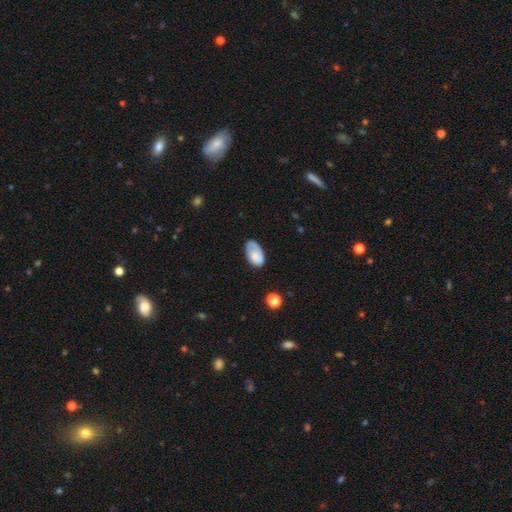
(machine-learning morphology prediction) Q: Smooth or featured?
A: smooth (71%); runner-up: featured or disk (22%)
Q: How rounded?
A: in between (93%); runner-up: round (5%)
Q: Merging?
A: none (58%); runner-up: minor disturbance (29%)